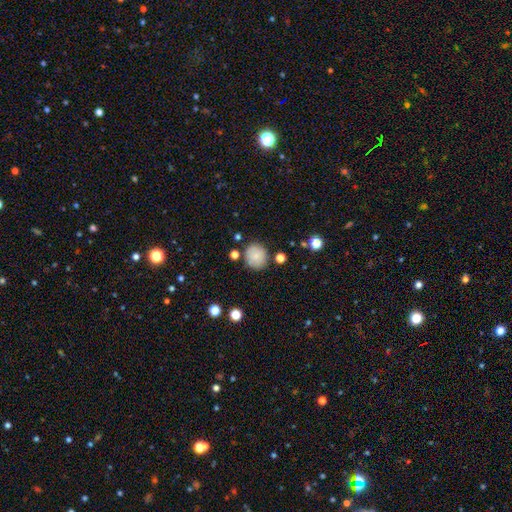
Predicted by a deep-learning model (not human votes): smooth 82%, star or artifact 9%, featured or disk 9%. Down the decision tree: how rounded — round (83%); merging — none (82%).